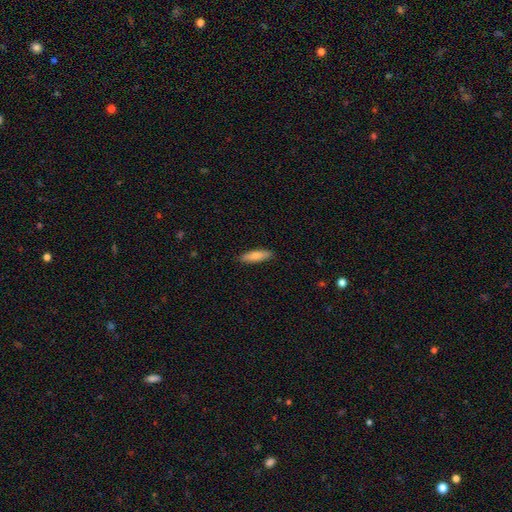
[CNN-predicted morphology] type=smooth (80%); roundness=cigar-shaped (64%); merging=none (89%).